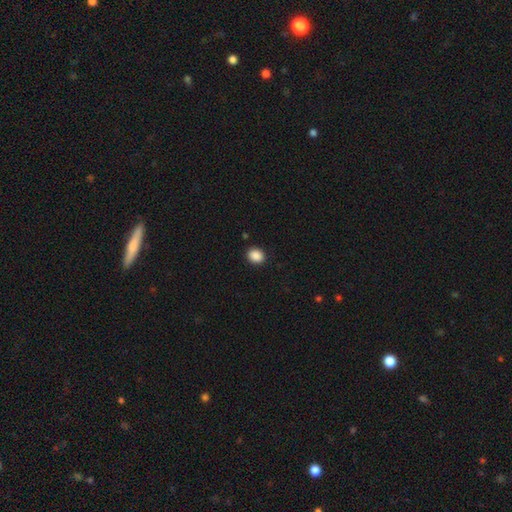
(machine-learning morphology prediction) A smooth galaxy with no disk features (89%) that is round (62%).

Vote fractions:
- Smooth or featured? smooth: 89% / star or artifact: 9% / featured or disk: 3%
- How rounded? round: 62% / in between: 37% / cigar-shaped: 1%
- Merging? none: 91% / minor disturbance: 6% / major disturbance: 2% / merger: 1%